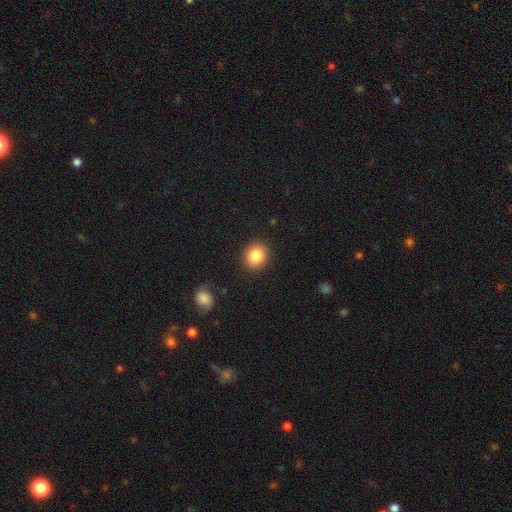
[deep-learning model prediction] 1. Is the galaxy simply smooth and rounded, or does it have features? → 86% smooth, 9% star or artifact, 5% featured or disk.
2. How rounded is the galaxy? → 73% round, 26% in between, 1% cigar-shaped.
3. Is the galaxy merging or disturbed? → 89% none, 7% minor disturbance, 2% major disturbance, 1% merger.